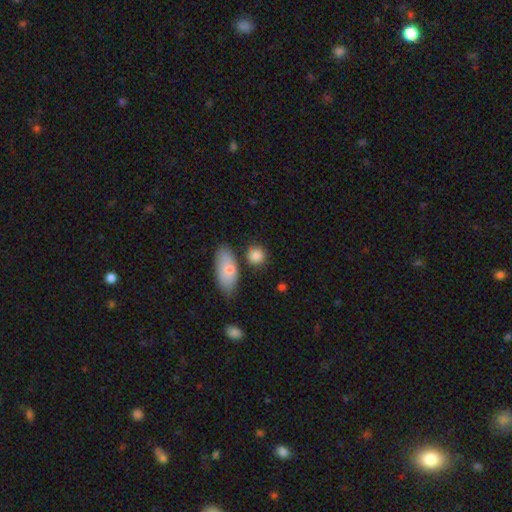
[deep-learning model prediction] Morphology: type=smooth (84%); roundness=round (75%); merging=none (73%).